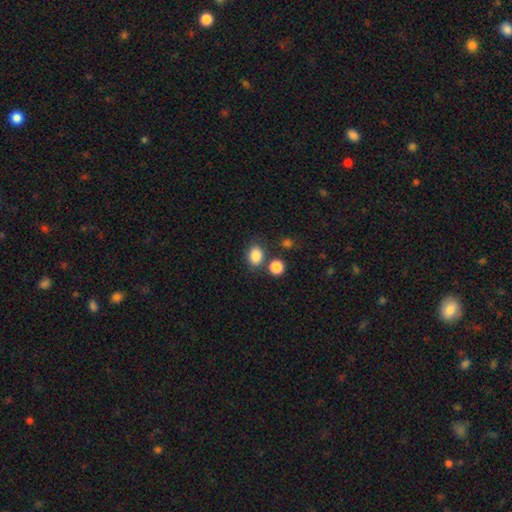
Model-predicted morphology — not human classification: Smooth or featured? smooth (86%)
How rounded? in between (56%)
Merging? none (71%)